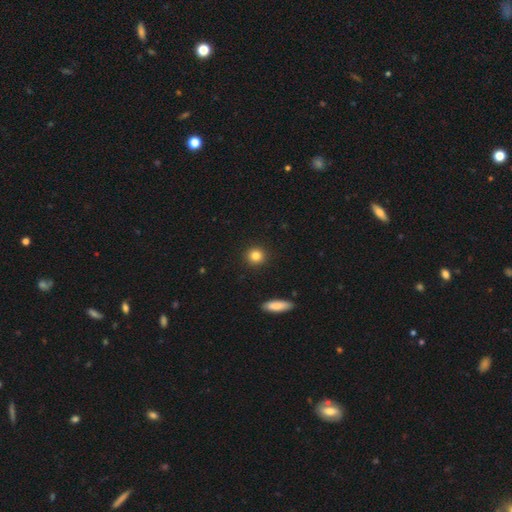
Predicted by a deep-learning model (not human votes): Smooth or featured? smooth (84%)
How rounded? round (90%)
Merging? none (92%)